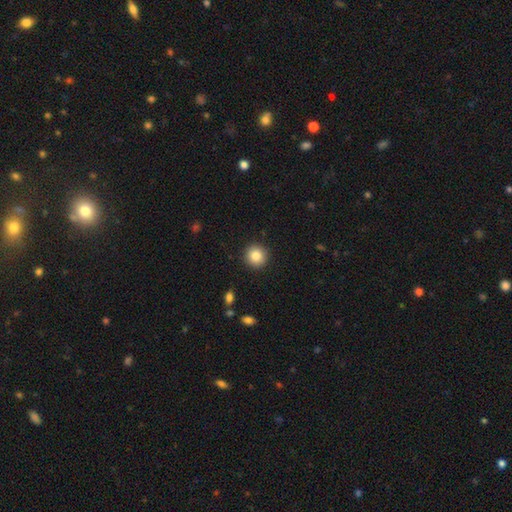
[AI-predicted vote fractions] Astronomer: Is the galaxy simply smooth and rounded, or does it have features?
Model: smooth — 85%.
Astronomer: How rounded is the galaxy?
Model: round — 94%.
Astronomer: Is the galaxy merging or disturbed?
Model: none — 92%.